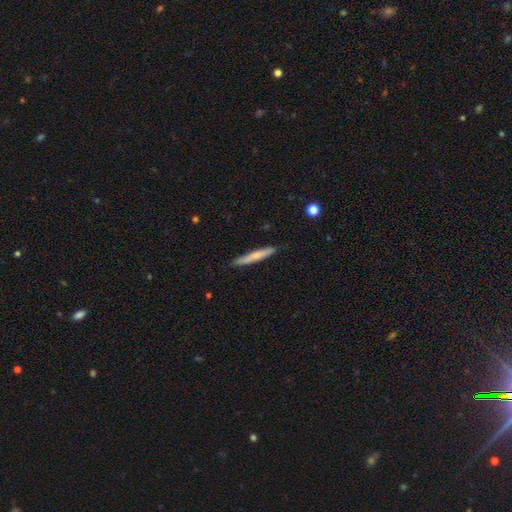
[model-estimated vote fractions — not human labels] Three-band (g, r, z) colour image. It shows a smooth galaxy with no disk features (65%) that is cigar-shaped (96%). Merging: none (89%).